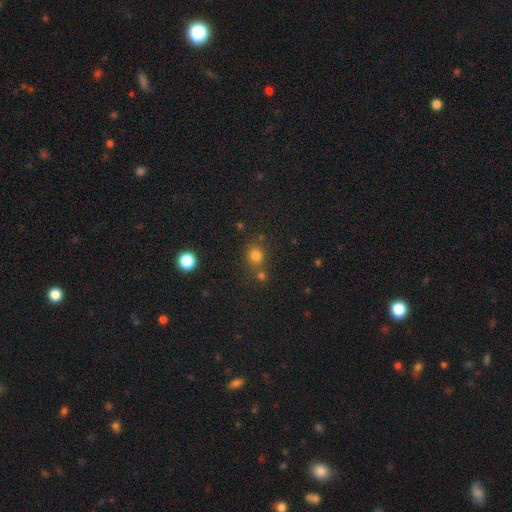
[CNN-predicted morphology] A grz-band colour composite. It shows a smooth galaxy with no disk features (77%) that is round (78%). Merging: none (66%).